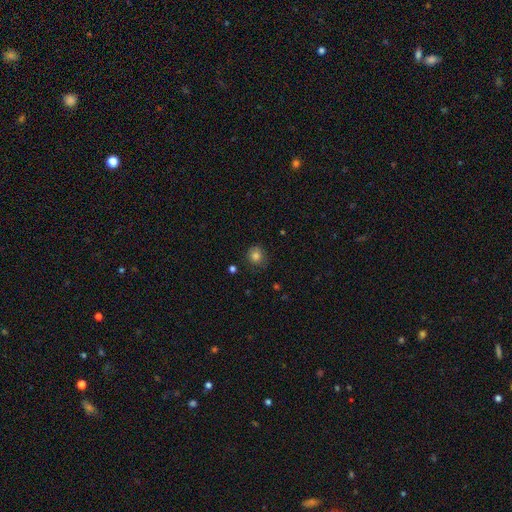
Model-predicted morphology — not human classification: type=smooth (80%); roundness=round (85%); merging=none (75%).